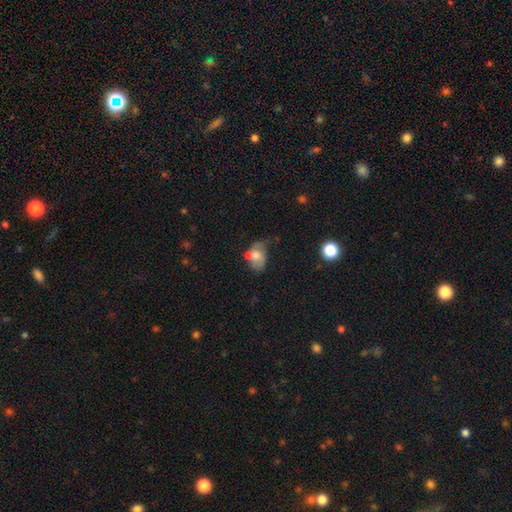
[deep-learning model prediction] Smooth or featured? Predicted: smooth (p=0.53). How rounded? Predicted: in between (p=0.73). Merging? Predicted: minor disturbance (p=0.33).